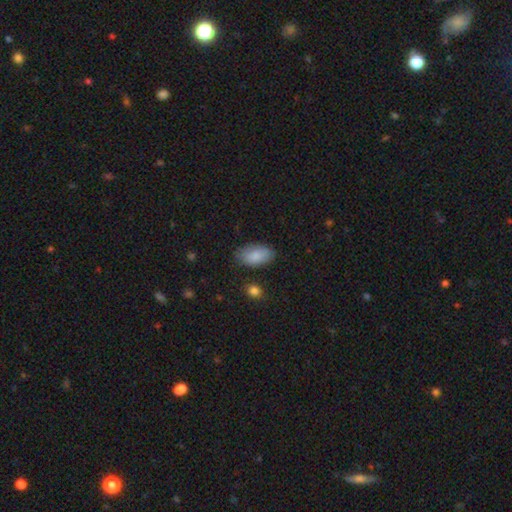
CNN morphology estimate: Q: Smooth or featured?
A: smooth (87%); runner-up: featured or disk (7%)
Q: How rounded?
A: in between (95%); runner-up: round (3%)
Q: Merging?
A: none (81%); runner-up: minor disturbance (14%)